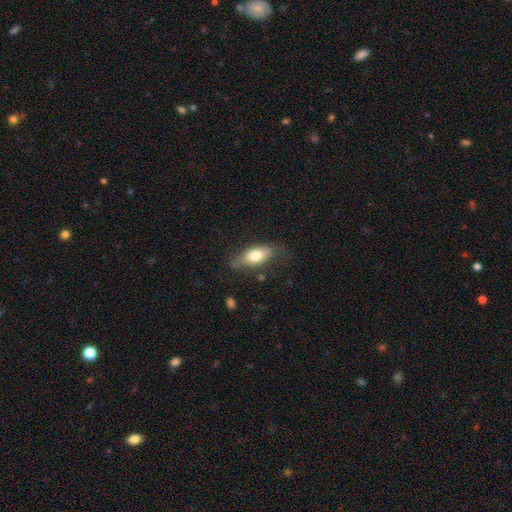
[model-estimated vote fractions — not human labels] Smooth or featured? Predicted: smooth (p=0.67). How rounded? Predicted: in between (p=0.76). Merging? Predicted: none (p=0.61).